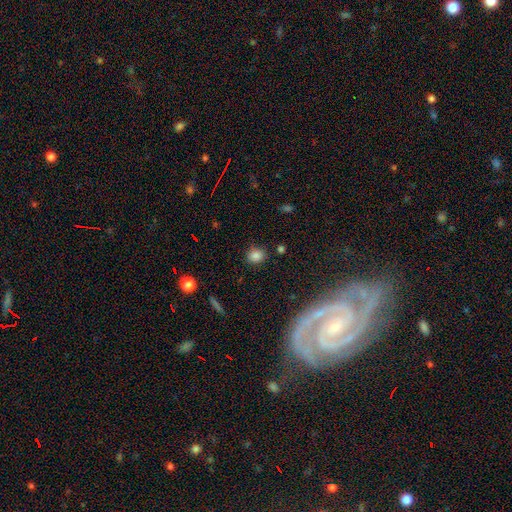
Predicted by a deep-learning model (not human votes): This is clearly a smooth galaxy (83%). How rounded: likely round (73%). Merging: clearly none (84%).